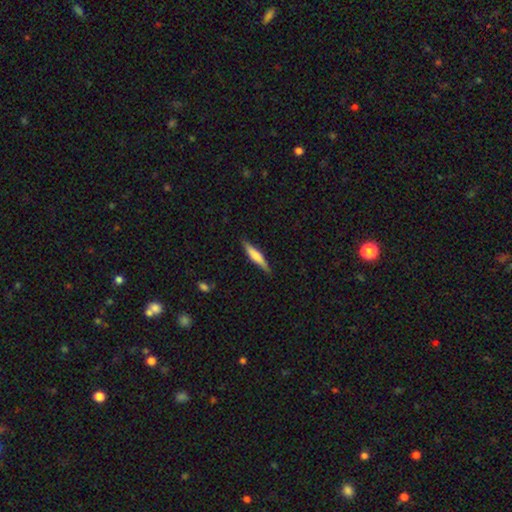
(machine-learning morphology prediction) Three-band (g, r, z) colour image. It shows a smooth galaxy with no disk features (61%) that is cigar-shaped (88%). Merging: none (85%).